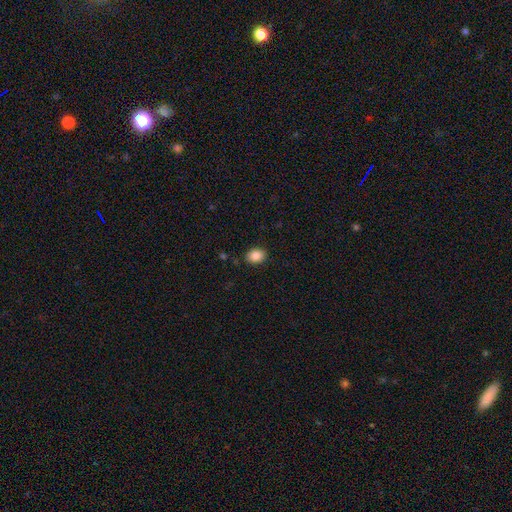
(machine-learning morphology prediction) smooth_or_featured: smooth (p=0.87) [alt: star or artifact p=0.09]
how_rounded: in between (p=0.65) [alt: round p=0.34]
merging: none (p=0.88) [alt: minor disturbance p=0.09]